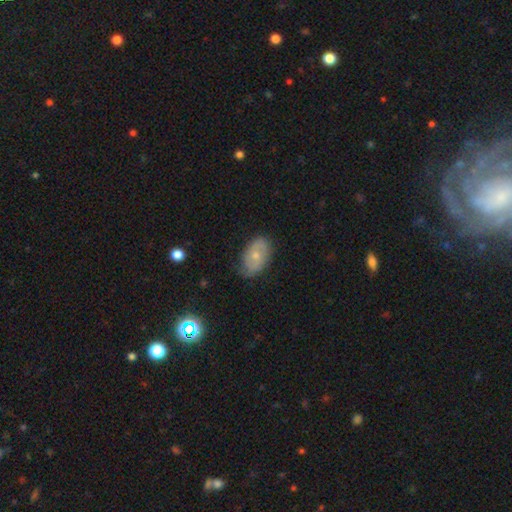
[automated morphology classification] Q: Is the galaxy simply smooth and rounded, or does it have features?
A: featured or disk — 47%.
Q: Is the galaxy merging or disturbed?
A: none — 68%.